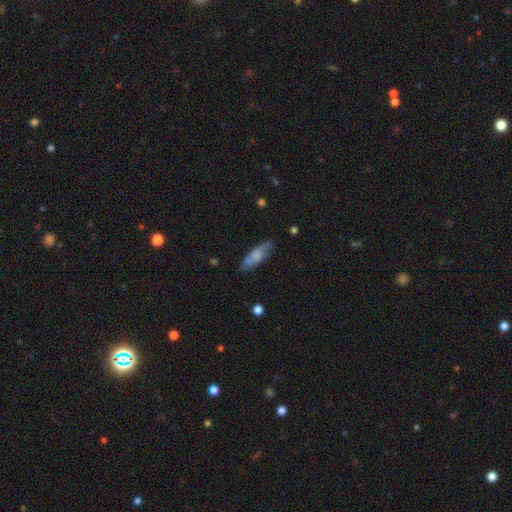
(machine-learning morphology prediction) Smooth or featured?
  - smooth: 62% *
  - featured or disk: 31%
  - star or artifact: 7%
How rounded?
  - in between: 53% *
  - cigar-shaped: 45%
  - round: 2%
Merging?
  - none: 69% *
  - minor disturbance: 22%
  - major disturbance: 6%
  - merger: 4%